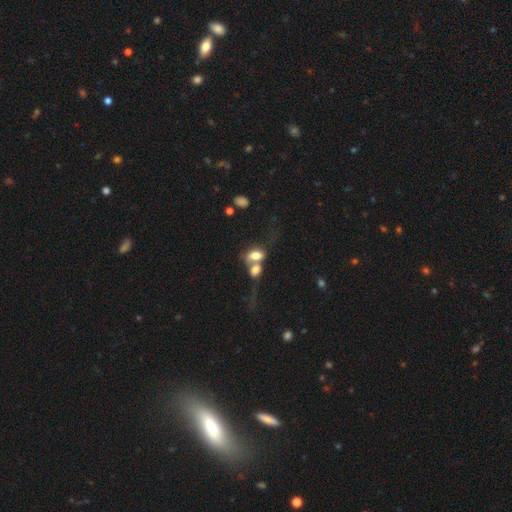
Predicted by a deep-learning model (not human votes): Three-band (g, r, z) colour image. It shows a smooth galaxy with no disk features (64%) that is in between round and cigar-shaped (77%). Merging: merger (73%).